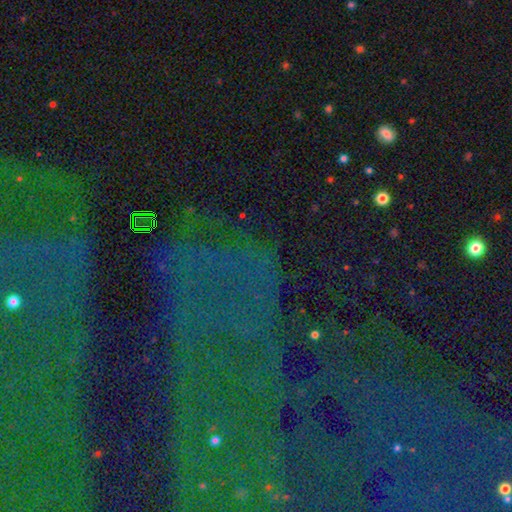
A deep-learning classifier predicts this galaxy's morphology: A star or artifact, not a galaxy (80%).

Vote fractions:
- Smooth or featured? star or artifact: 80% / featured or disk: 10% / smooth: 10%